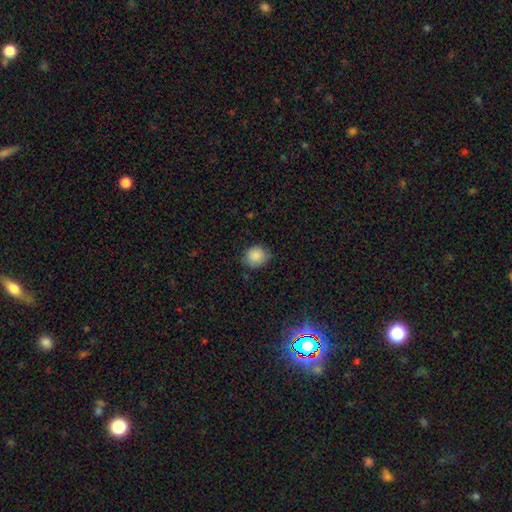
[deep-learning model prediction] smooth-or-featured: smooth: 87% | star or artifact: 8% | featured or disk: 5%
  how-rounded: round: 73% | in between: 26% | cigar-shaped: 1%
  merging: none: 76% | minor disturbance: 19% | major disturbance: 3% | merger: 1%